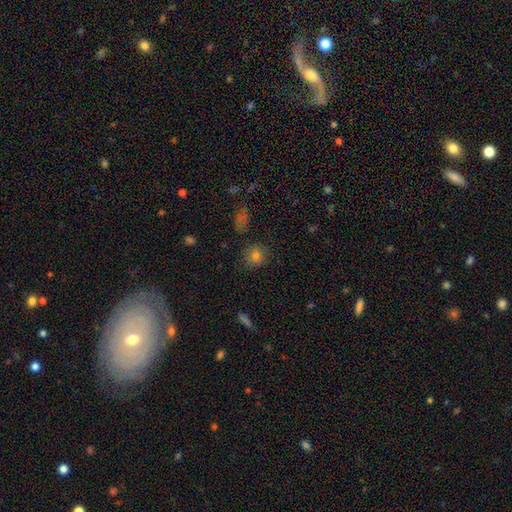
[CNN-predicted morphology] Smooth or featured? smooth (78%)
How rounded? round (84%)
Merging? none (83%)